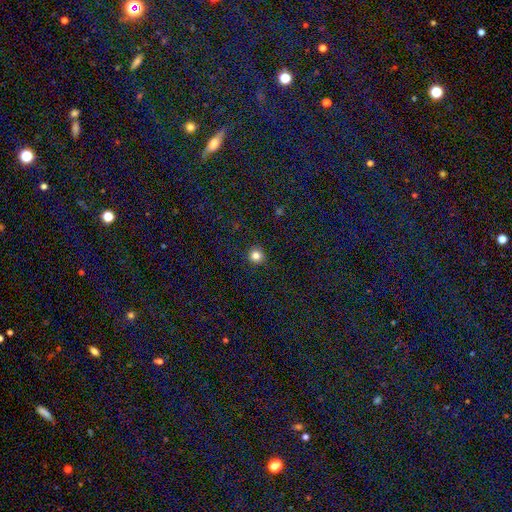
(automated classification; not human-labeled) smooth 83%, star or artifact 12%, featured or disk 5%. Down the decision tree: how rounded — round (94%); merging — none (92%).